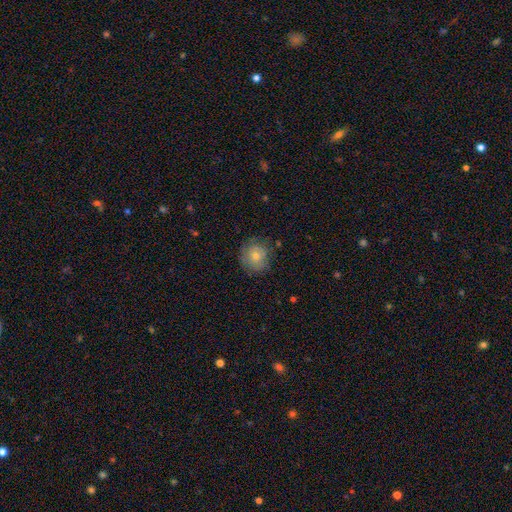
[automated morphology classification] A smooth galaxy with no disk features (67%) that is round (92%). Merging: none (81%).